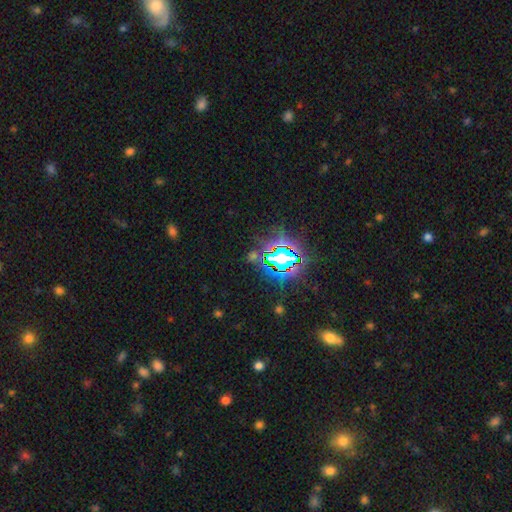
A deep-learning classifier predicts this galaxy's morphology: Q: Smooth or featured?
A: star or artifact (77%); runner-up: smooth (15%)